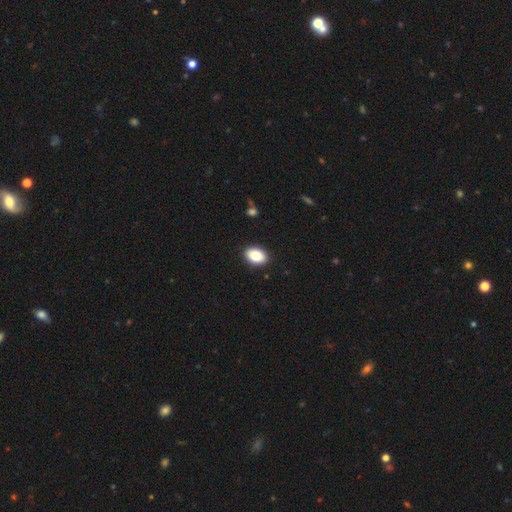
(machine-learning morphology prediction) Overall: smooth (84%). How rounded: in between (86%). Merging: none (90%).